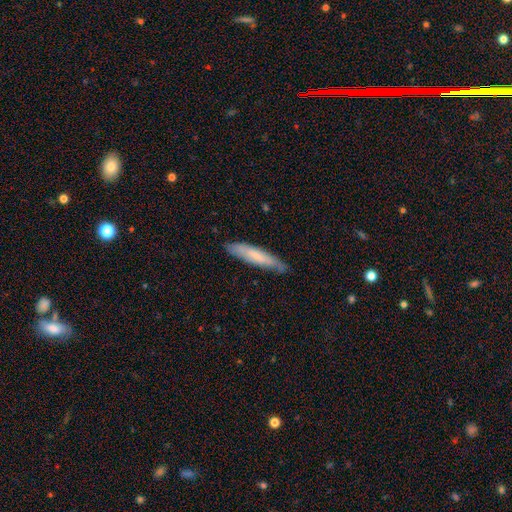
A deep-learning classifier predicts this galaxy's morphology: Smooth or featured? smooth (67%)
How rounded? cigar-shaped (85%)
Merging? none (79%)